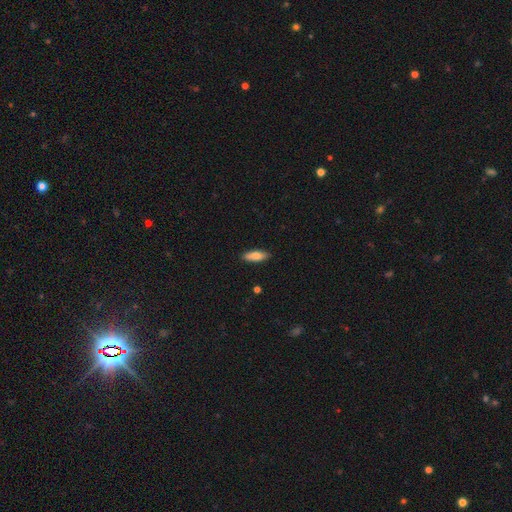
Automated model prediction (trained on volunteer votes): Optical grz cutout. It shows a smooth galaxy with no disk features (77%) that is in between round and cigar-shaped (60%). Merging: none (89%).